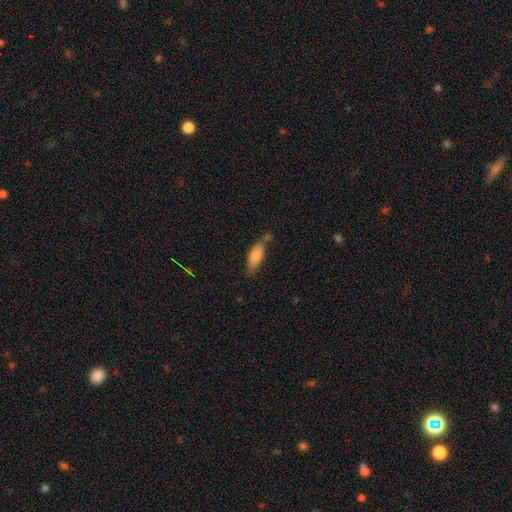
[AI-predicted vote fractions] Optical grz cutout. It shows a smooth galaxy with no disk features (81%) that is in between round and cigar-shaped (68%). Merging: none (56%).